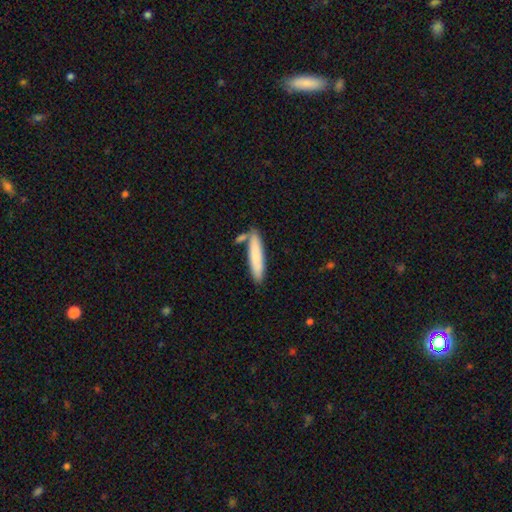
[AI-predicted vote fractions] Smooth or featured?
  - smooth: 79% *
  - featured or disk: 15%
  - star or artifact: 6%
How rounded?
  - cigar-shaped: 86% *
  - in between: 13%
  - round: 1%
Merging?
  - none: 74% *
  - minor disturbance: 13%
  - merger: 11%
  - major disturbance: 3%